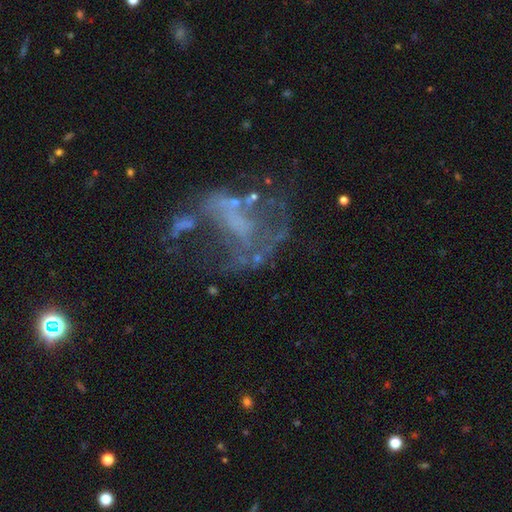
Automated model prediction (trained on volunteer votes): The model was most divided on "merging": major disturbance: 42%, none: 31%, minor disturbance: 14%, merger: 13%. More confident: edge-on disk — no (97%); bulge size — none (73%); bar — no (73%); spiral arms — no (72%); smooth or featured — featured or disk (65%).